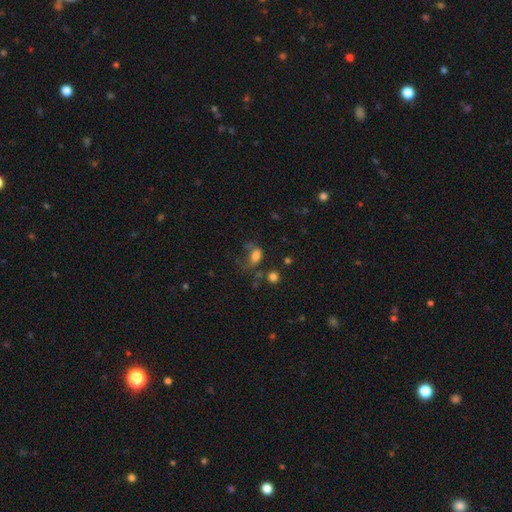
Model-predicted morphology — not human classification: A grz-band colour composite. It shows a smooth galaxy with no disk features (71%) that is in between round and cigar-shaped (78%). Merging: major disturbance (41%).